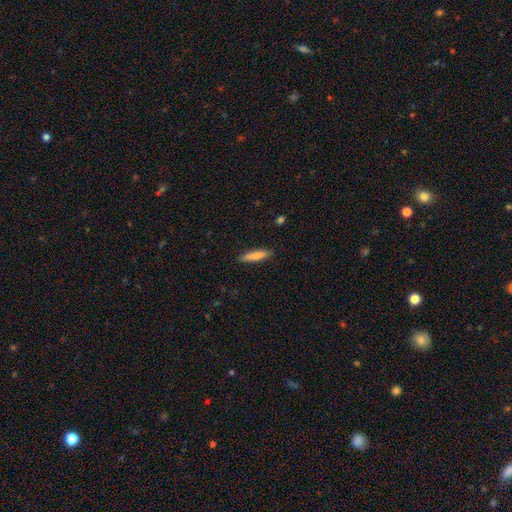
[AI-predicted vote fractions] Smooth or featured? smooth (79%)
How rounded? cigar-shaped (79%)
Merging? none (88%)